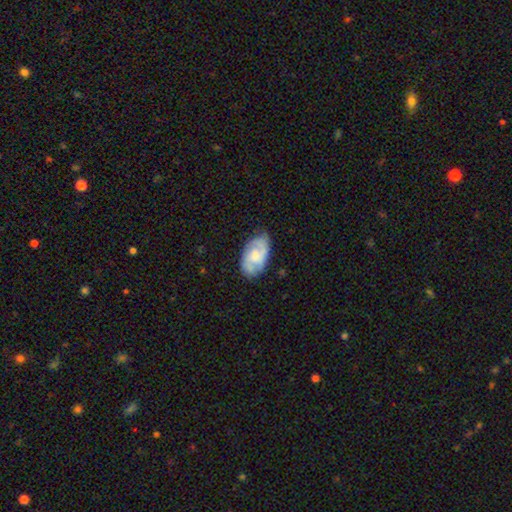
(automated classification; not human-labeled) Overall: featured or disk (66%; smooth 28%). Edge-on disk: no (96%). Bar: no (62%; weak 33%). Spiral arms: yes (89%). Spiral arm count: 2 (59%; can't tell 21%). Spiral winding: medium (45%; tight 39%). Bulge size: moderate (39%; small 34%). Merging: none (73%).